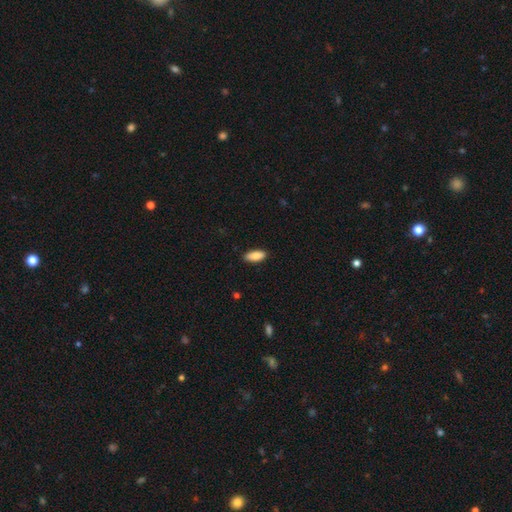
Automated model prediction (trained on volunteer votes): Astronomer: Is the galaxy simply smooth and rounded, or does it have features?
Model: smooth — 85%.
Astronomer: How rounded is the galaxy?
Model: in between — 84%.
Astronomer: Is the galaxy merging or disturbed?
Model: none — 87%.